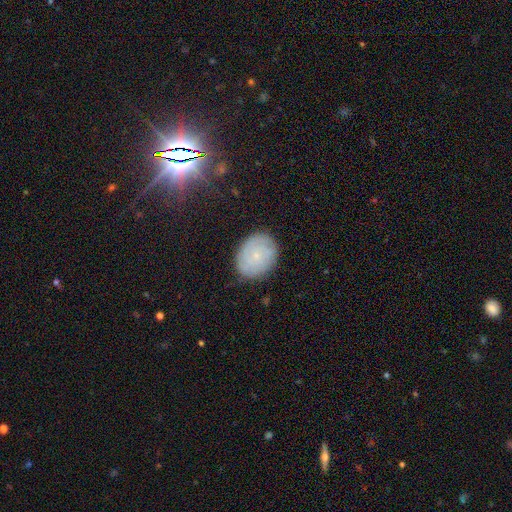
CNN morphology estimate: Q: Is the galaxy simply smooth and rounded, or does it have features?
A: smooth — 45%, tied with featured or disk.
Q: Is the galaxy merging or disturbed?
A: none — 81%.